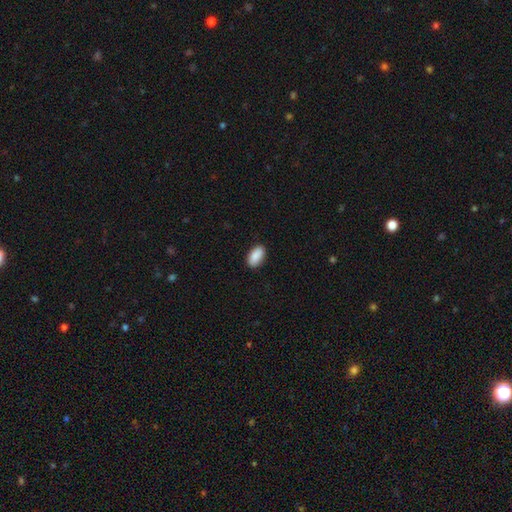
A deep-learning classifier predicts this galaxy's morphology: The model was most divided on "merging": none: 89%, minor disturbance: 8%, major disturbance: 2%, merger: 1%. More confident: how rounded — in between (93%); smooth or featured — smooth (89%).